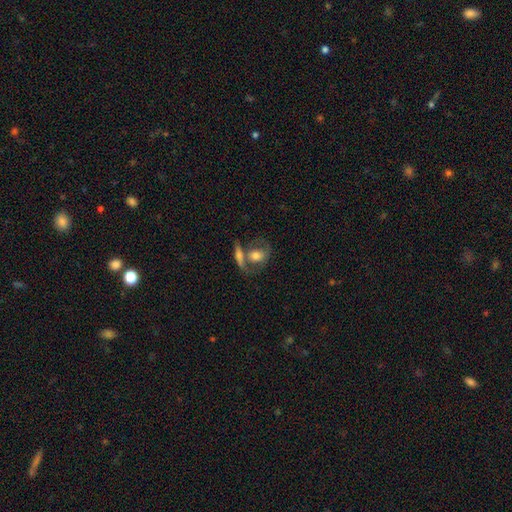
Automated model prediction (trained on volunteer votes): Smooth or featured? smooth (51%)
How rounded? in between (57%)
Merging? merger (43%)